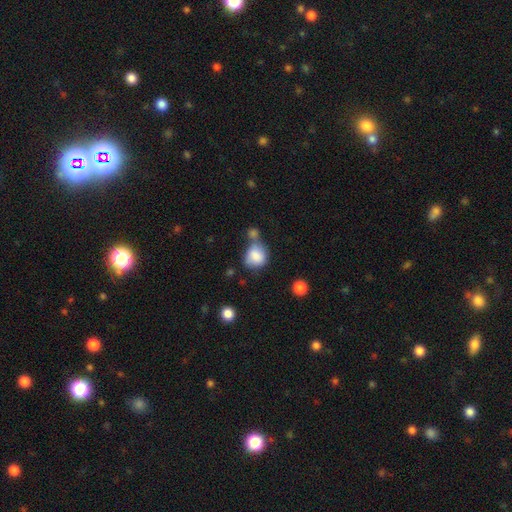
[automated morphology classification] A smooth galaxy with no disk features (83%) that is round (68%). Merging: none (36%).